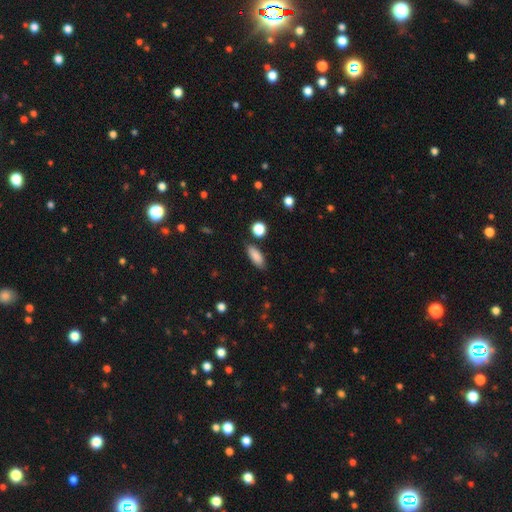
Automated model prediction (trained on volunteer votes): Smooth or featured: smooth — 86% (star or artifact — 8%)
How rounded: in between — 76% (cigar-shaped — 21%)
Merging: none — 83% (minor disturbance — 12%)